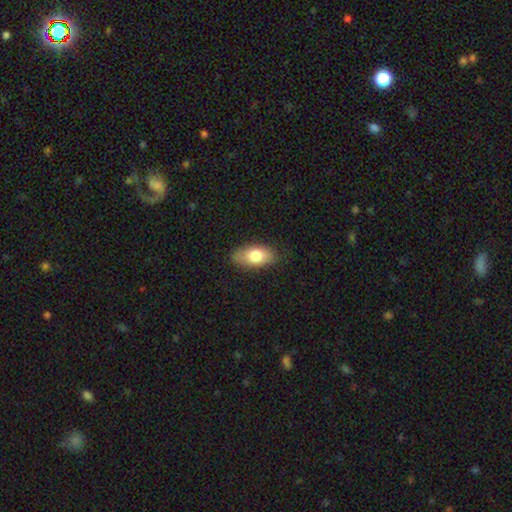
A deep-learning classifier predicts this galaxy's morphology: smooth_or_featured: smooth (p=0.76) [alt: featured or disk p=0.18]
how_rounded: in between (p=0.90) [alt: cigar-shaped p=0.06]
merging: none (p=0.83) [alt: minor disturbance p=0.13]